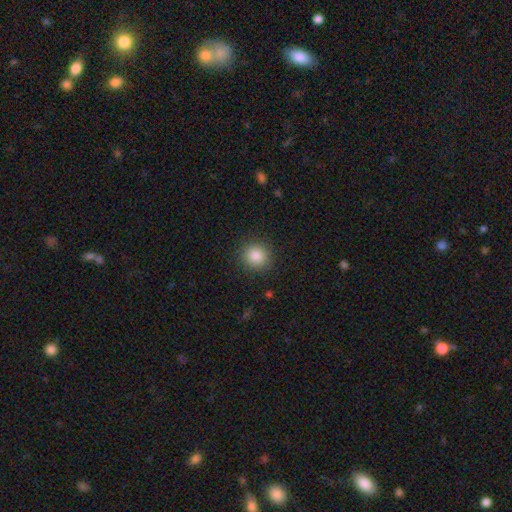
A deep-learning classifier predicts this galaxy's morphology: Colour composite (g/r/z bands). It shows a smooth galaxy with no disk features (87%) that is round (89%). Merging: none (89%).